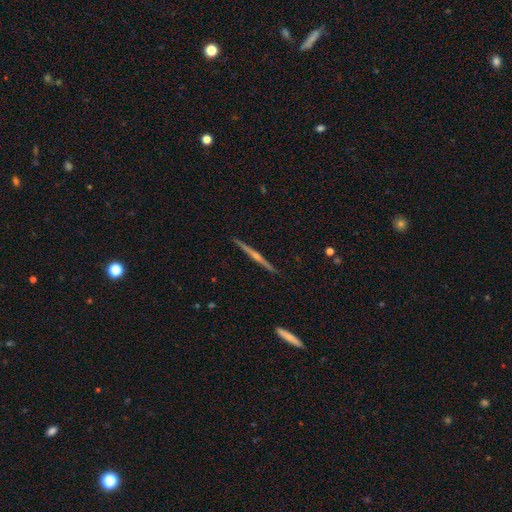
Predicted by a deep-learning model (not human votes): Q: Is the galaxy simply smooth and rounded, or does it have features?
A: featured or disk — 66%.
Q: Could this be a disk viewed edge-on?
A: yes — 95%.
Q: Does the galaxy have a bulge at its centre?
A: rounded — 65%.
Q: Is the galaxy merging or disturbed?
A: none — 88%.